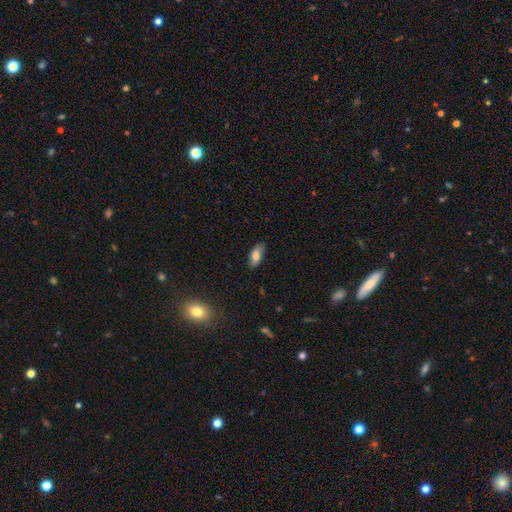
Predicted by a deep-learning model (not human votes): smooth-or-featured: smooth: 75% | featured or disk: 18% | star or artifact: 7%
  how-rounded: in between: 86% | cigar-shaped: 11% | round: 3%
  merging: none: 81% | minor disturbance: 15% | major disturbance: 3% | merger: 1%